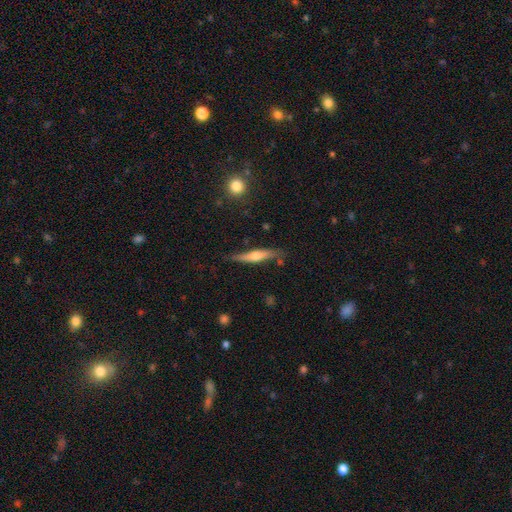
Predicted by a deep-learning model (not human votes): Morphology: type=featured or disk (56%); edge-on=yes (94%); edge-on bulge=rounded (88%); merging=none (78%).